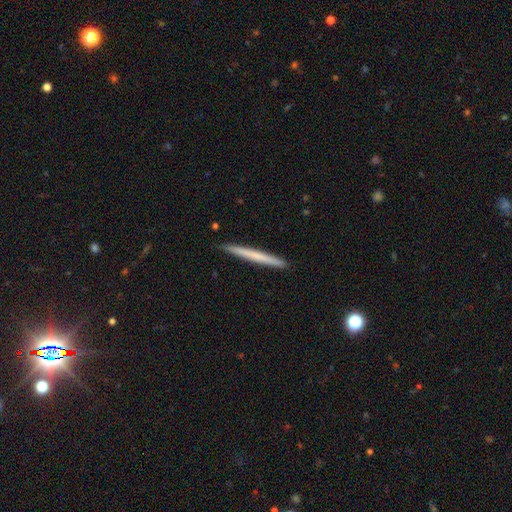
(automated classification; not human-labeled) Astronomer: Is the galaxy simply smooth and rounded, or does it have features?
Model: smooth — 55% (runner-up: featured or disk, 40%).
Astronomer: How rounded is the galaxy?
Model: cigar-shaped — 97%.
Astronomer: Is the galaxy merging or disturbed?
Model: none — 92%.